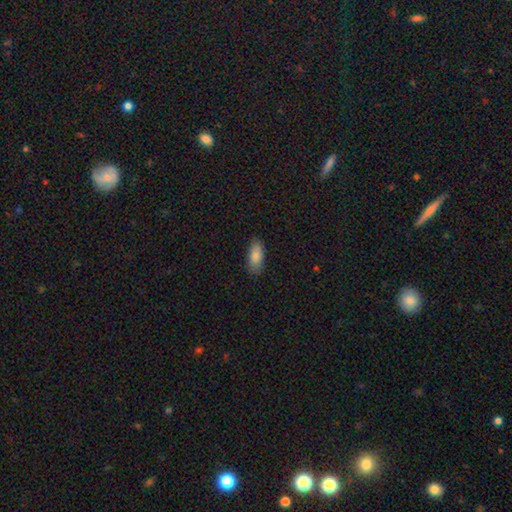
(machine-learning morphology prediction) This is clearly a smooth galaxy (85%). How rounded: clearly in between (88%). Merging: clearly none (86%).